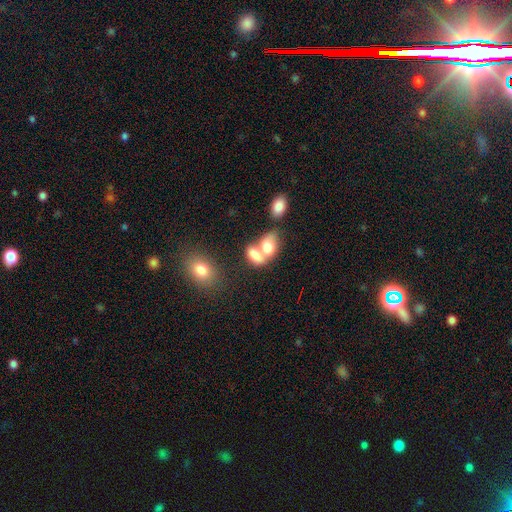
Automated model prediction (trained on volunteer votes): Smooth or featured? smooth (75%)
How rounded? in between (84%)
Merging? merger (70%)